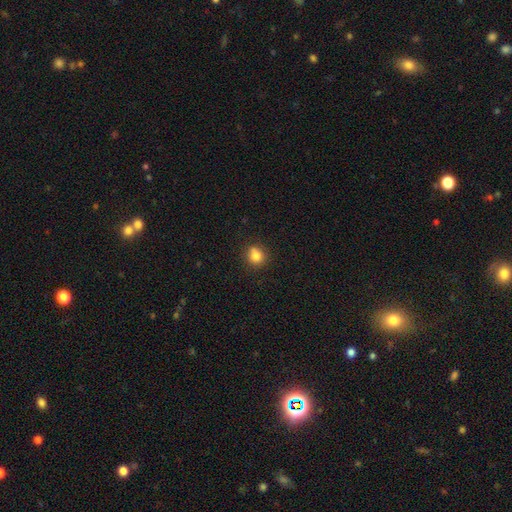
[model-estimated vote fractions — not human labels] smooth 80%, star or artifact 11%, featured or disk 8%. Down the decision tree: how rounded — round (83%); merging — none (69%).